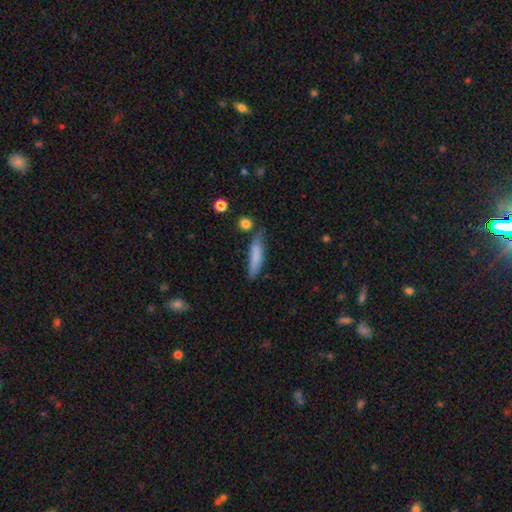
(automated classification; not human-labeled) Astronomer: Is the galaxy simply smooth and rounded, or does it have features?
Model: smooth — 74%.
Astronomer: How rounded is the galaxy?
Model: cigar-shaped — 81%.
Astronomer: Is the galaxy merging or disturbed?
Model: none — 62%.